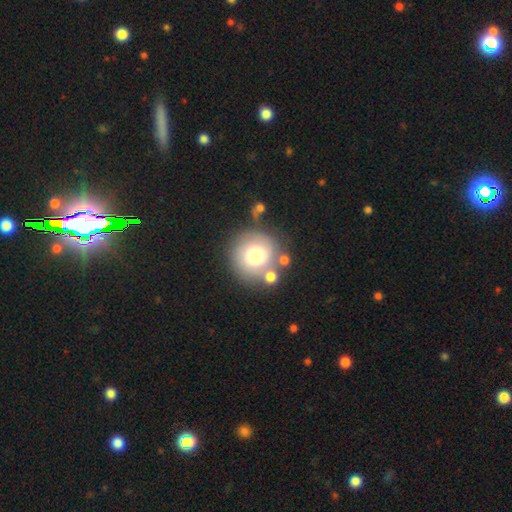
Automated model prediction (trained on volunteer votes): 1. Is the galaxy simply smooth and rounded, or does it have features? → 67% smooth, 23% featured or disk, 9% star or artifact.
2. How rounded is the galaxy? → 92% round, 7% in between, 1% cigar-shaped.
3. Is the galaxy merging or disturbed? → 66% none, 14% minor disturbance, 13% merger, 7% major disturbance.